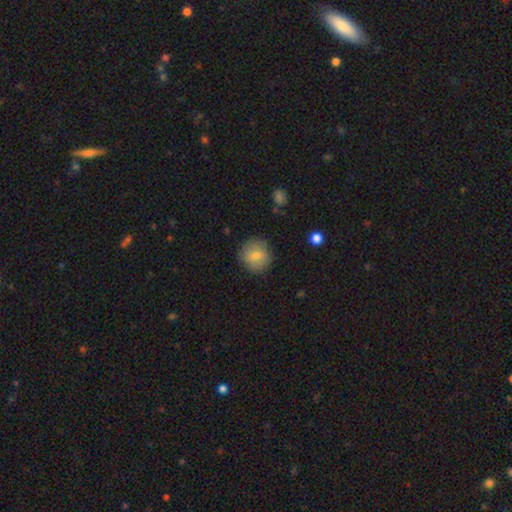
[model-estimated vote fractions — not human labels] smooth-or-featured: smooth: 76% | featured or disk: 15% | star or artifact: 9%
  how-rounded: round: 91% | in between: 8% | cigar-shaped: 1%
  merging: none: 85% | minor disturbance: 11% | major disturbance: 3% | merger: 1%